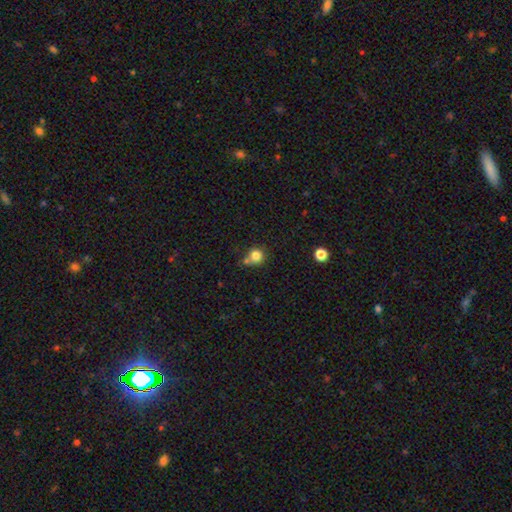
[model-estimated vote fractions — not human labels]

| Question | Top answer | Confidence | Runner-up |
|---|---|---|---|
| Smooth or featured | smooth | 81% | star or artifact (11%) |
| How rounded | round | 87% | in between (12%) |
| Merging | none | 58% | merger (23%) |